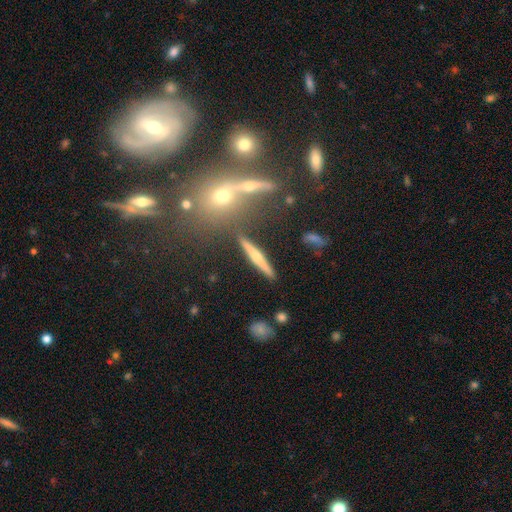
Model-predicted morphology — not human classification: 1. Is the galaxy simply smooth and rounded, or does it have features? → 58% featured or disk, 34% smooth, 8% star or artifact.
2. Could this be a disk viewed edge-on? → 95% yes, 5% no.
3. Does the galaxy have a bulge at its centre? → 77% rounded, 16% none, 7% boxy.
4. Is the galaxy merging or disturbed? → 85% none, 8% minor disturbance, 5% merger, 3% major disturbance.